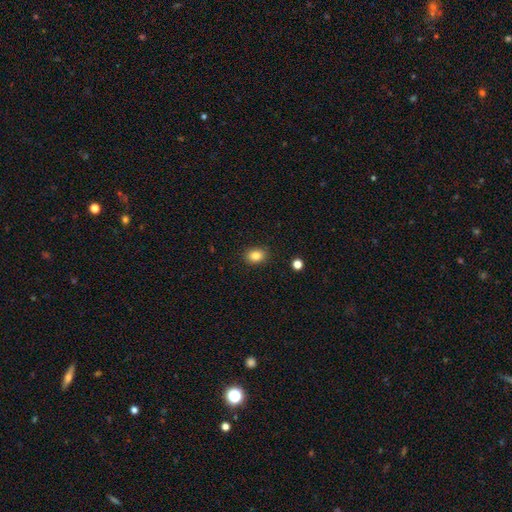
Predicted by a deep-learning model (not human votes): Smooth or featured?
  - smooth: 84% *
  - star or artifact: 10%
  - featured or disk: 6%
How rounded?
  - in between: 55% *
  - round: 44%
  - cigar-shaped: 1%
Merging?
  - none: 89% *
  - minor disturbance: 8%
  - major disturbance: 2%
  - merger: 1%